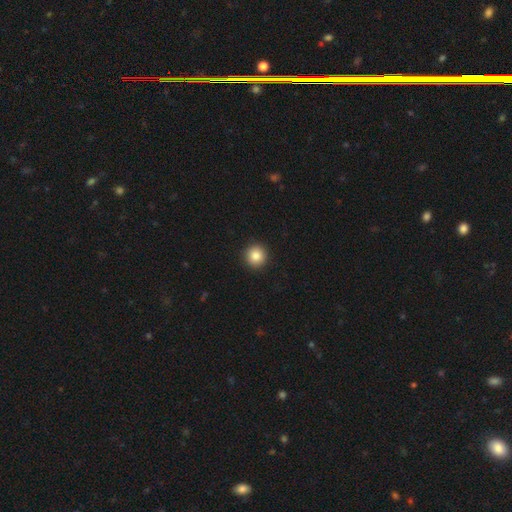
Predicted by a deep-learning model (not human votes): Smooth or featured?
  - smooth: 85% *
  - star or artifact: 9%
  - featured or disk: 5%
How rounded?
  - round: 95% *
  - in between: 4%
  - cigar-shaped: 1%
Merging?
  - none: 93% *
  - minor disturbance: 5%
  - major disturbance: 2%
  - merger: 1%